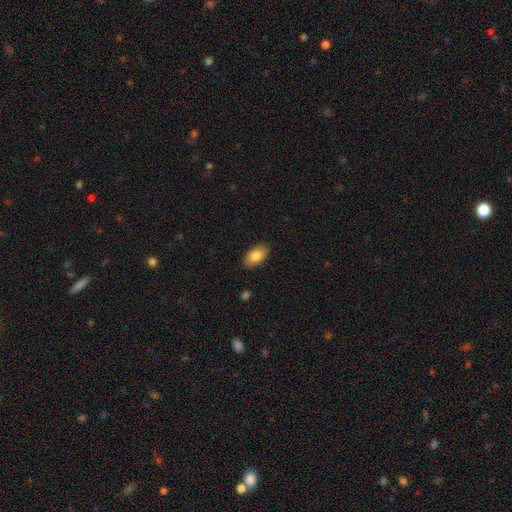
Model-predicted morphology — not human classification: A smooth galaxy with no disk features (83%) that is in between round and cigar-shaped (94%). Merging: none (88%).